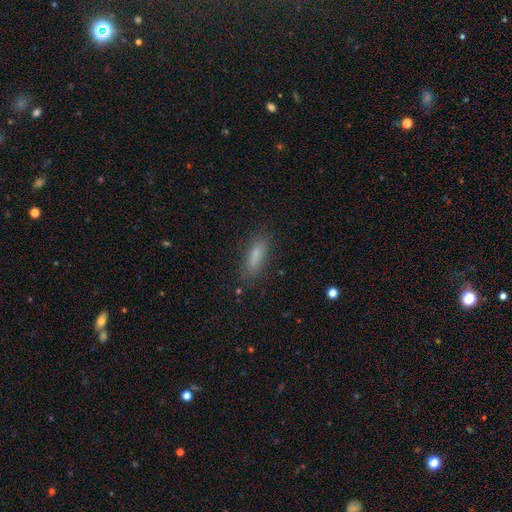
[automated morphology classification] smooth_or_featured: smooth (p=0.80) [alt: featured or disk p=0.11]
how_rounded: in between (p=0.49) [tied with: cigar-shaped p=0.49]
merging: none (p=0.81) [alt: minor disturbance p=0.13]